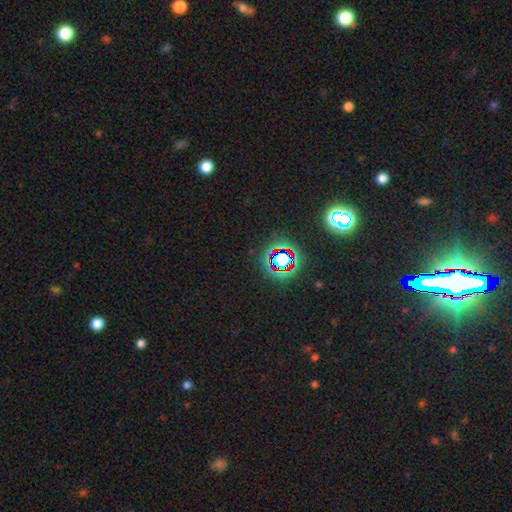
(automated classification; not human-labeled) Overall: star or artifact (80%).